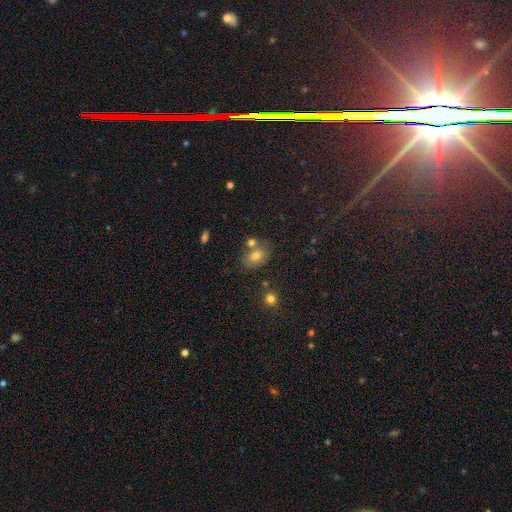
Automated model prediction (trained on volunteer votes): This is likely a smooth galaxy (69%). How rounded: likely in between (68%). Merging: possibly none (58%).